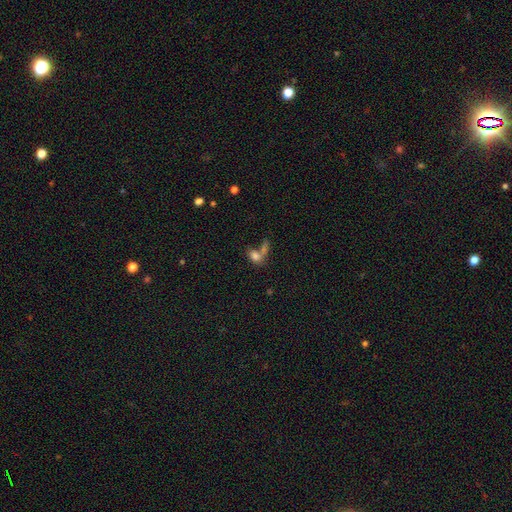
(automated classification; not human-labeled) Smooth or featured?
  - smooth: 77% *
  - featured or disk: 12%
  - star or artifact: 11%
How rounded?
  - in between: 77% *
  - round: 19%
  - cigar-shaped: 4%
Merging?
  - merger: 53% *
  - none: 29%
  - minor disturbance: 9%
  - major disturbance: 9%